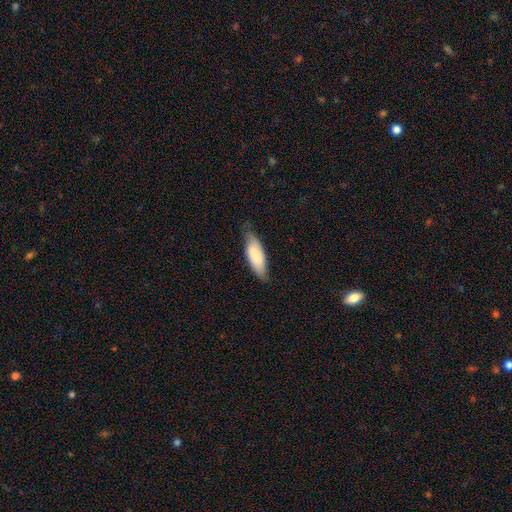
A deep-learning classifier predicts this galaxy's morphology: The model was most divided on "how rounded": in between: 64%, cigar-shaped: 35%, round: 2%. More confident: smooth or featured — smooth (76%); merging — none (70%).